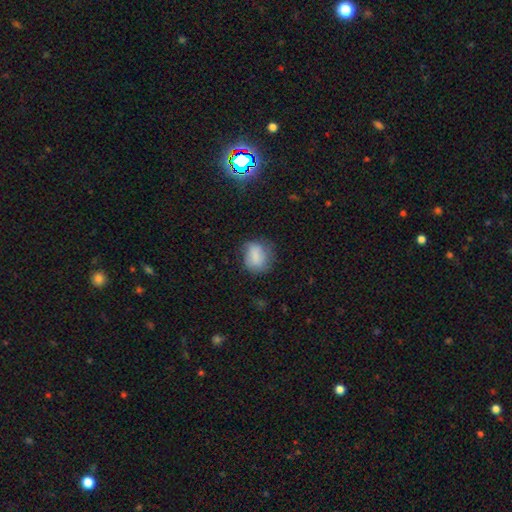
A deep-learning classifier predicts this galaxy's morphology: Smooth or featured?
  - smooth: 76% *
  - featured or disk: 15%
  - star or artifact: 9%
How rounded?
  - round: 56% *
  - in between: 43%
  - cigar-shaped: 1%
Merging?
  - none: 59% *
  - minor disturbance: 28%
  - major disturbance: 12%
  - merger: 2%